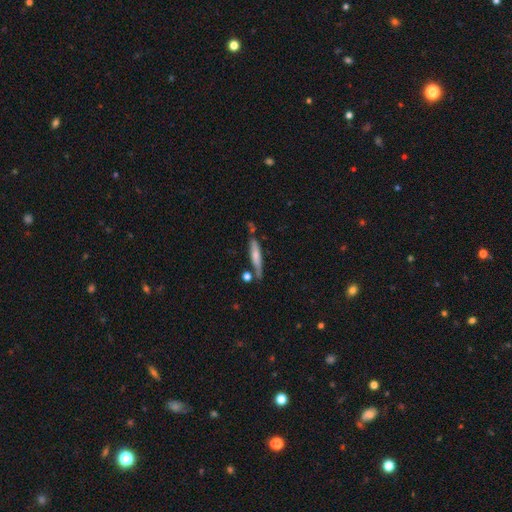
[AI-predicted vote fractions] Overall: smooth (57%; featured or disk 37%). How rounded: cigar-shaped (87%). Merging: none (68%).